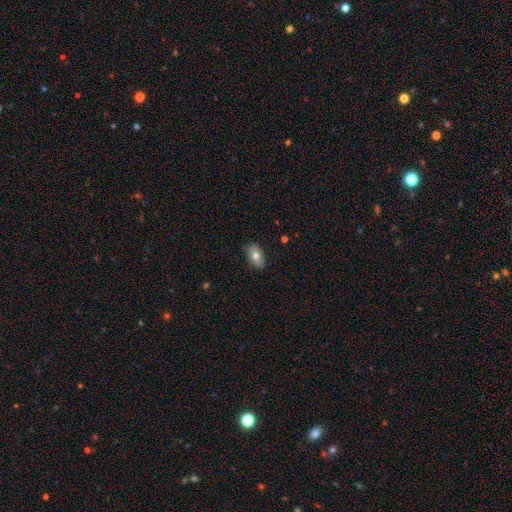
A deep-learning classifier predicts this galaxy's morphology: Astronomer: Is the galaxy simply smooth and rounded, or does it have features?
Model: smooth — 70%.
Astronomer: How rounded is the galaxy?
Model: in between — 89%.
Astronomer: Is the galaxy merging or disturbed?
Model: none — 82%.